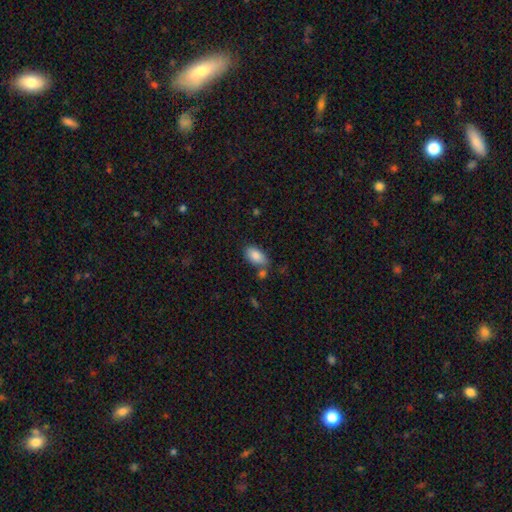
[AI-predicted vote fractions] Overall: smooth (85%). How rounded: in between (92%). Merging: none (65%).